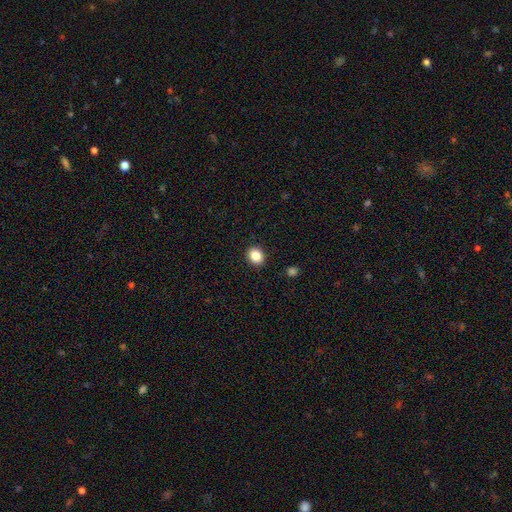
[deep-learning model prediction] smooth_or_featured: smooth (p=0.85) [alt: star or artifact p=0.10]
how_rounded: round (p=0.62) [alt: in between p=0.37]
merging: none (p=0.91) [alt: minor disturbance p=0.06]